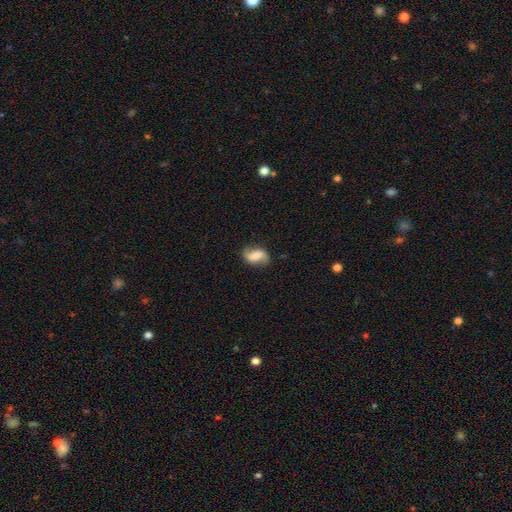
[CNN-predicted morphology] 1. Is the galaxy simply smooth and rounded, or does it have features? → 53% featured or disk, 38% smooth, 9% star or artifact.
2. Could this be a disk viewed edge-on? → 96% no, 4% yes.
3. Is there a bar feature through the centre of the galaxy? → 40% weak, 32% no, 28% strong.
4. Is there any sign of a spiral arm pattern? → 89% yes, 11% no.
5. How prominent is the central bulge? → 30% none, 25% moderate, 21% small, 19% large, 5% dominant.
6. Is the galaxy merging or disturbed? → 77% none, 16% minor disturbance, 5% major disturbance, 2% merger.